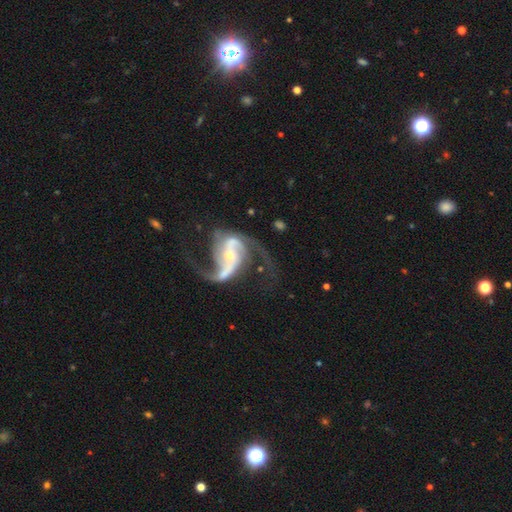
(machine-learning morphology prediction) type=featured or disk (81%); edge-on=no (96%); bar=weak (38%); spiral arms=yes (87%); winding=loose (61%); arm count=2 (72%); bulge=small (47%); merging=none (32%).